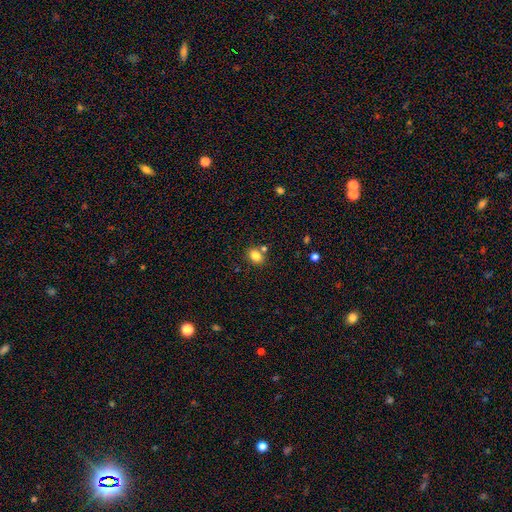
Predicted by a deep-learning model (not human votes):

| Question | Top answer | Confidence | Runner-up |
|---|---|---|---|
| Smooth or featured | smooth | 83% | star or artifact (11%) |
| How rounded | in between | 52% | round (47%) |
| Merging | none | 70% | merger (15%) |